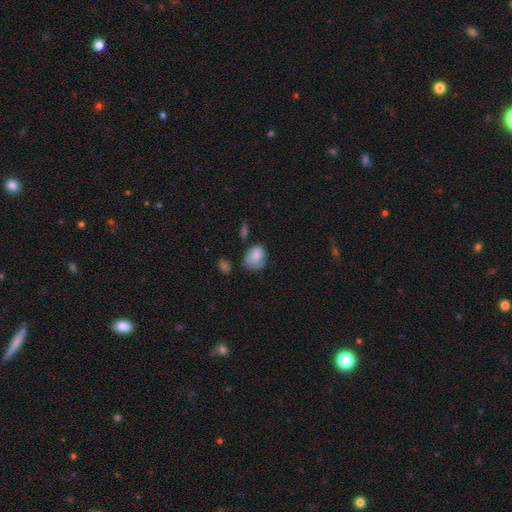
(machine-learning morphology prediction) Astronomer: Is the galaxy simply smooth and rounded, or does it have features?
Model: smooth — 78%.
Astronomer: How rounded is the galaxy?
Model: in between — 53% (runner-up: round, 46%).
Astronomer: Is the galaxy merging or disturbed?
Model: none — 46% (runner-up: minor disturbance, 34%).